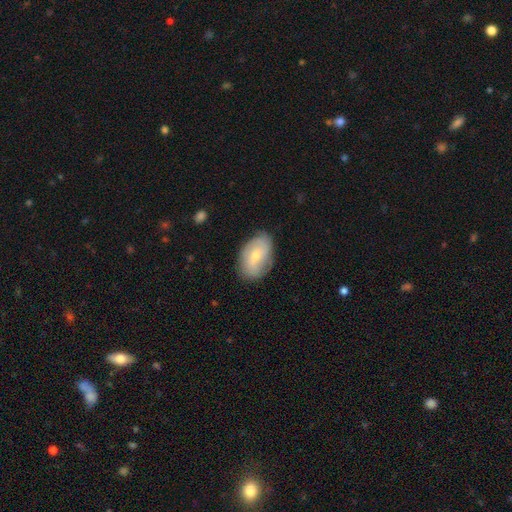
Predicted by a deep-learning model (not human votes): The model was most divided on "smooth or featured": smooth: 49%, featured or disk: 44%, star or artifact: 7%. More confident: merging — none (77%).